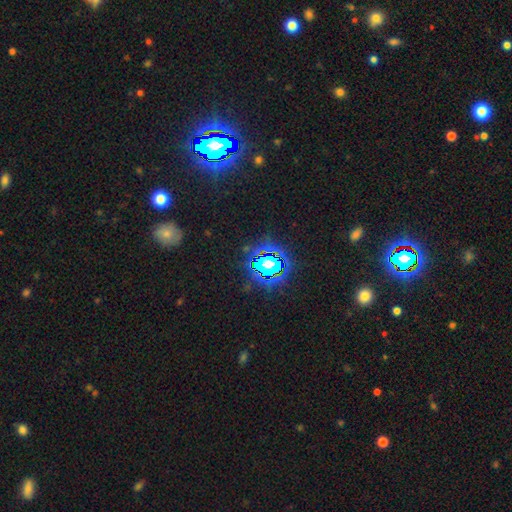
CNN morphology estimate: A star or artifact, not a galaxy (82%).